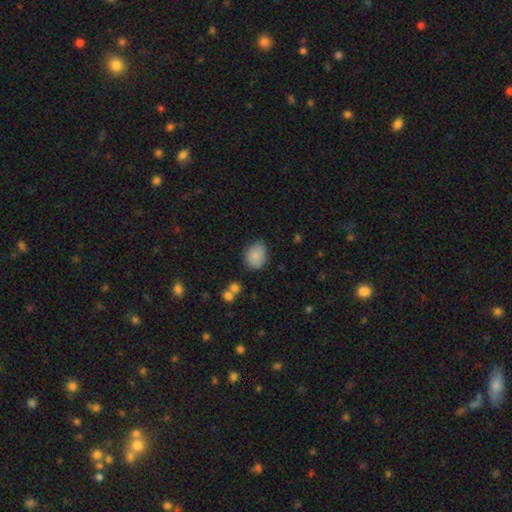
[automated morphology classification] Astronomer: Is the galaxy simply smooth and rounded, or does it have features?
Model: smooth — 84%.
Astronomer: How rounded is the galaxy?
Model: in between — 55% (runner-up: round, 44%).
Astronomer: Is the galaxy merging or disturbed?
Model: none — 72%.